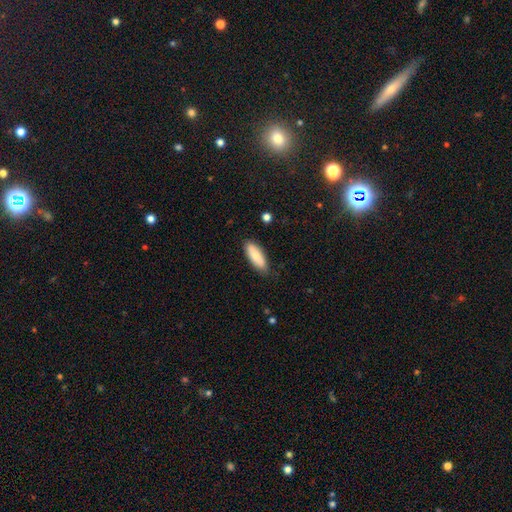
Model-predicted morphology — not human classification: smooth-or-featured: smooth: 78% | featured or disk: 16% | star or artifact: 6%
  how-rounded: in between: 67% | cigar-shaped: 31% | round: 2%
  merging: none: 81% | minor disturbance: 15% | major disturbance: 3% | merger: 2%